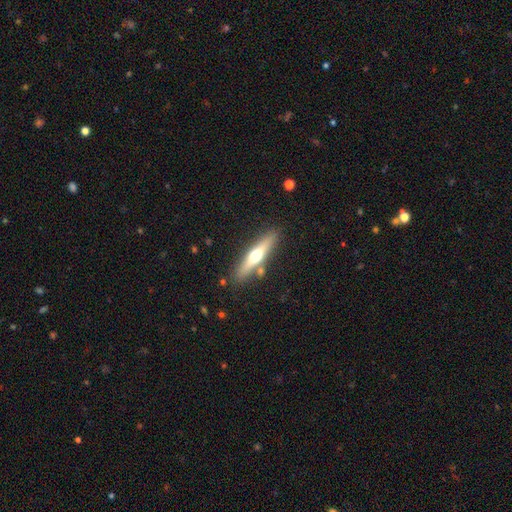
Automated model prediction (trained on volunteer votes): Smooth or featured: featured or disk — 54% (smooth — 40%)
Edge-on disk: yes — 93% (no — 7%)
Edge-on bulge: rounded — 92% (none — 5%)
Merging: none — 84% (minor disturbance — 9%)